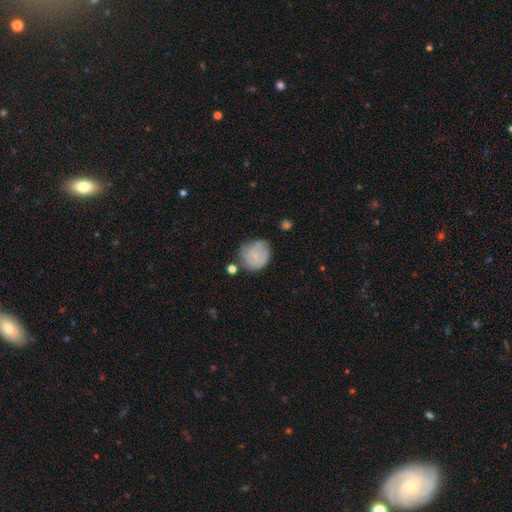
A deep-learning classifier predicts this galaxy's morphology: Smooth or featured? Predicted: smooth (p=0.57). How rounded? Predicted: round (p=0.79). Merging? Predicted: none (p=0.49).